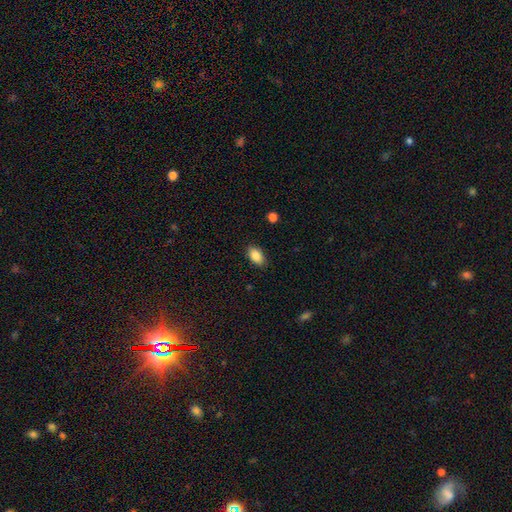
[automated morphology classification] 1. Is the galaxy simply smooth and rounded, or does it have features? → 86% smooth, 7% star or artifact, 6% featured or disk.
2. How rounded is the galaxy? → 92% in between, 6% round, 2% cigar-shaped.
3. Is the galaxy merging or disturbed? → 87% none, 9% minor disturbance, 2% major disturbance, 1% merger.